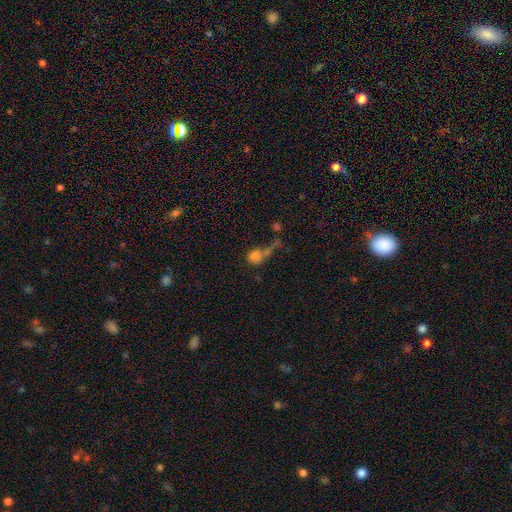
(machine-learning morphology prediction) smooth_or_featured: smooth (p=0.70) [alt: star or artifact p=0.17]
how_rounded: round (p=0.69) [alt: in between p=0.27]
merging: merger (p=0.39) [alt: none p=0.30]